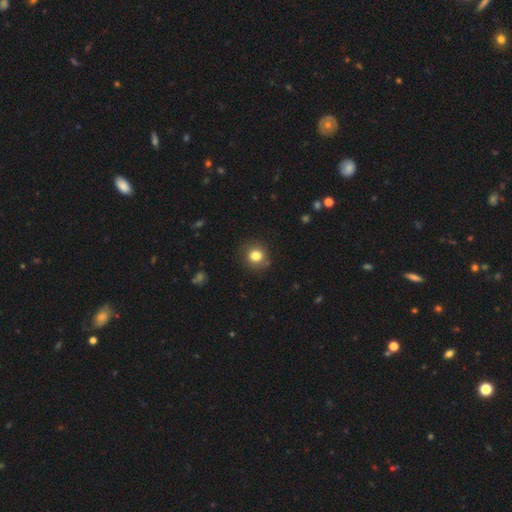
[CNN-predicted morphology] This appears to be a smooth galaxy with no disk features (81%) that is round (84%). Merging: none (84%).